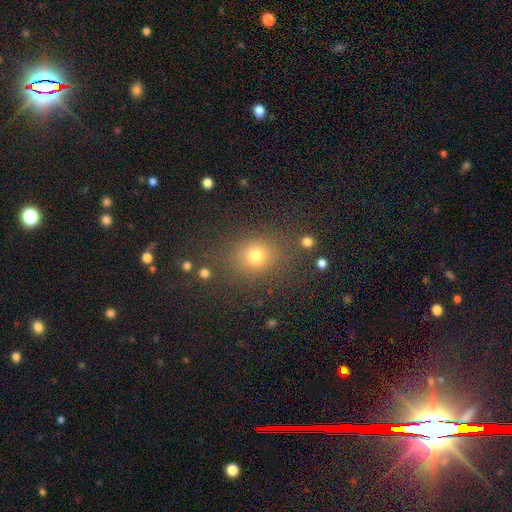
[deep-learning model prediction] A smooth galaxy with no disk features (72%) that is round (73%).

Vote fractions:
- Smooth or featured? smooth: 72% / star or artifact: 20% / featured or disk: 8%
- How rounded? round: 73% / in between: 25% / cigar-shaped: 1%
- Merging? none: 79% / minor disturbance: 11% / major disturbance: 6% / merger: 4%